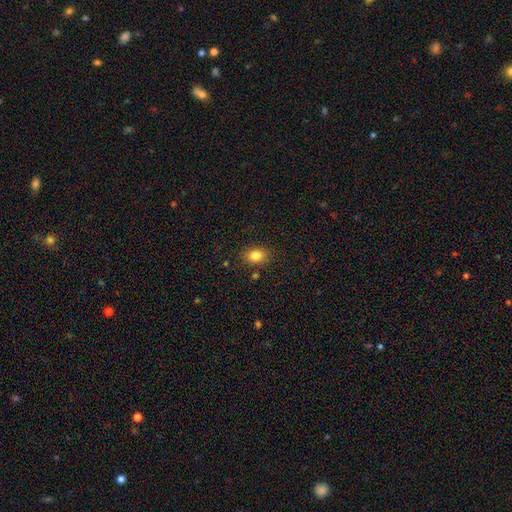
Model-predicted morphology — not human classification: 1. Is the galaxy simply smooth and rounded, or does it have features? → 82% smooth, 10% star or artifact, 7% featured or disk.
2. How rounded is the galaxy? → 68% in between, 31% round, 1% cigar-shaped.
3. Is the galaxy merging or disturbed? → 85% none, 11% minor disturbance, 3% major disturbance, 2% merger.